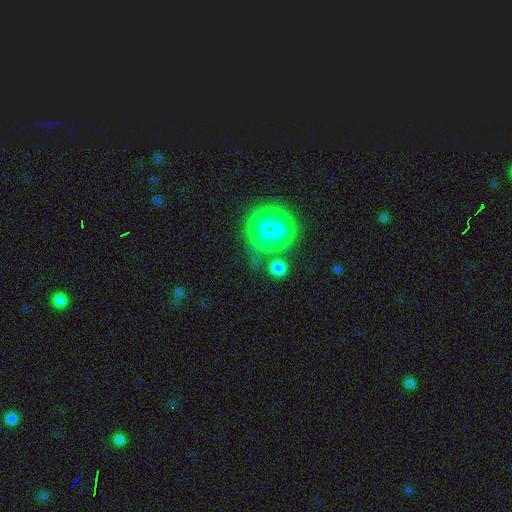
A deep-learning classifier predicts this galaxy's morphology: Smooth or featured? smooth (56%)
How rounded? round (86%)
Merging? none (70%)